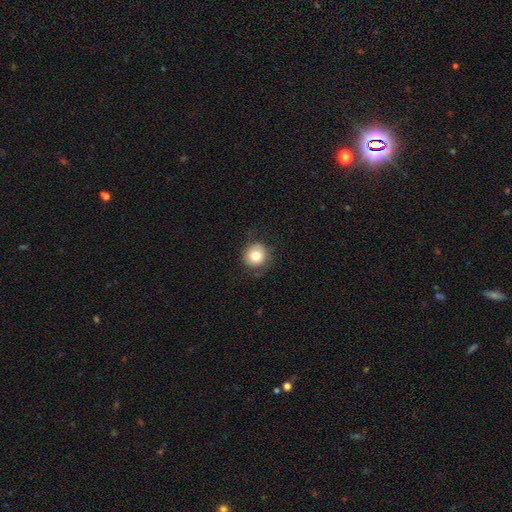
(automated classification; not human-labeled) smooth_or_featured: smooth (p=0.81) [alt: star or artifact p=0.10]
how_rounded: round (p=0.92) [alt: in between p=0.07]
merging: none (p=0.81) [alt: minor disturbance p=0.14]